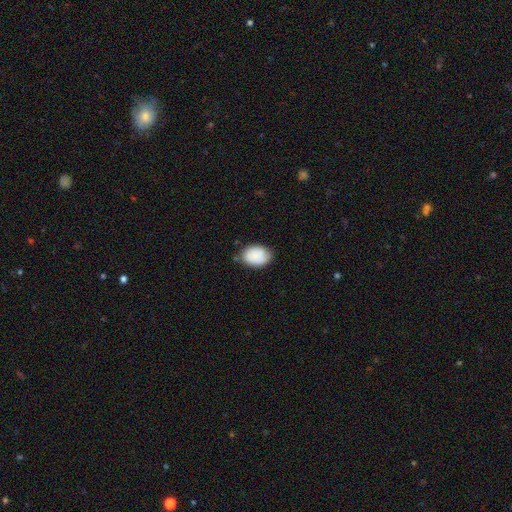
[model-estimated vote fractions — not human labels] Smooth or featured? smooth (82%)
How rounded? in between (80%)
Merging? none (67%)